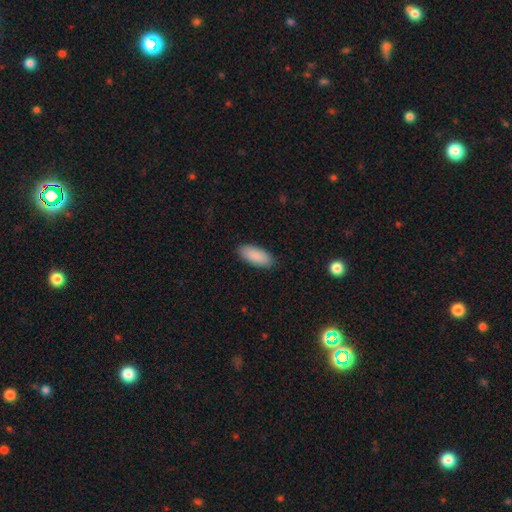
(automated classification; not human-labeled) Overall: smooth (90%). How rounded: in between (86%). Merging: none (89%).